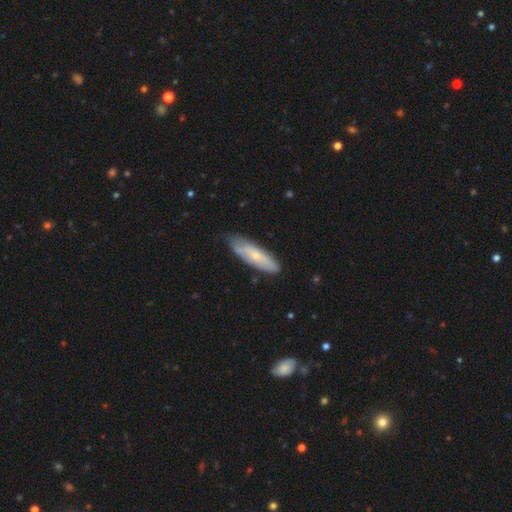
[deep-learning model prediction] This is possibly a smooth galaxy (53%). How rounded: possibly cigar-shaped (55%). Merging: likely none (74%).